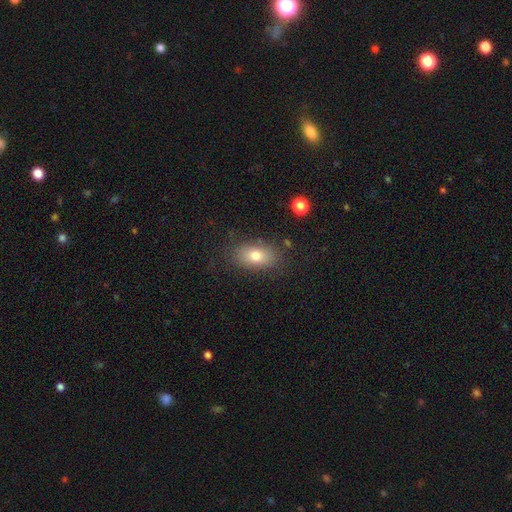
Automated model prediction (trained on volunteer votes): Smooth or featured?
  - smooth: 76% *
  - featured or disk: 14%
  - star or artifact: 10%
How rounded?
  - in between: 87% *
  - round: 11%
  - cigar-shaped: 3%
Merging?
  - none: 81% *
  - minor disturbance: 13%
  - major disturbance: 4%
  - merger: 2%